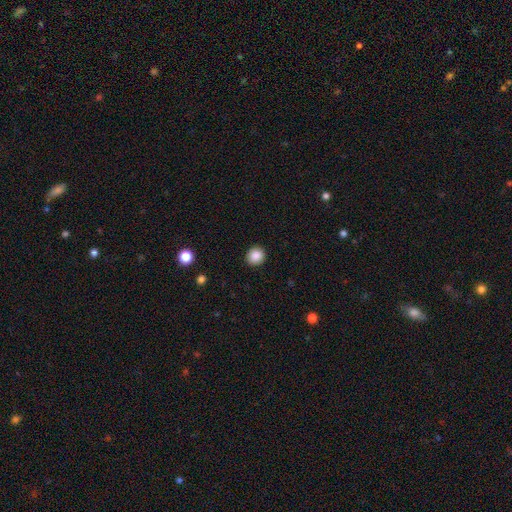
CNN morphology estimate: type=smooth (87%); roundness=round (88%); merging=none (92%).